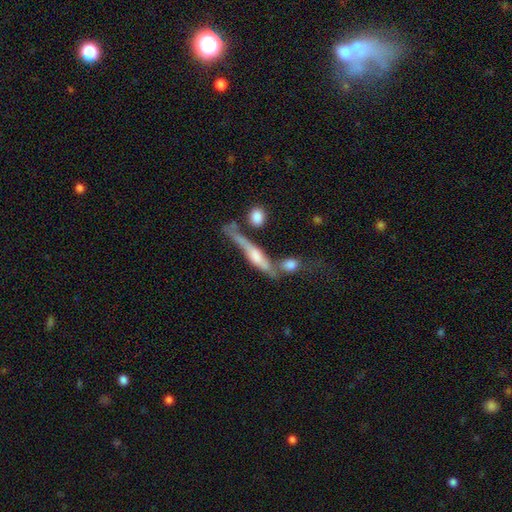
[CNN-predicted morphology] featured or disk 61%, smooth 30%, star or artifact 9%. Down the decision tree: edge-on disk — yes (82%); edge-on bulge — rounded (69%); merging — none (40%).